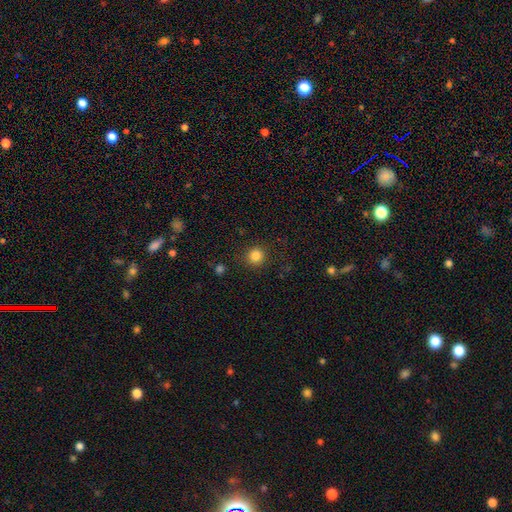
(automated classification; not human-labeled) A smooth galaxy with no disk features (83%) that is round (92%). Merging: none (88%).